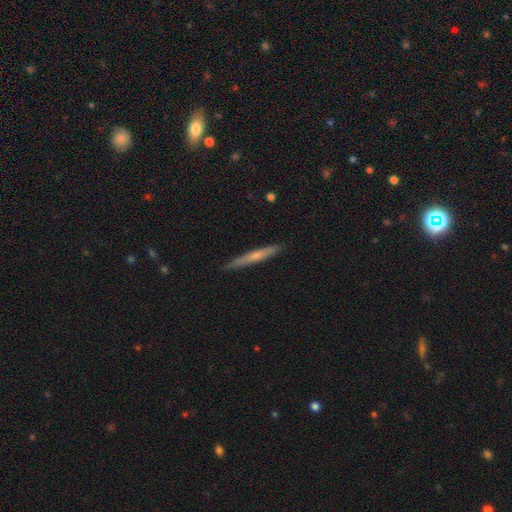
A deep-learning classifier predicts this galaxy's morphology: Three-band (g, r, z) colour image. It shows a smooth galaxy with no disk features (53%) that is cigar-shaped (96%). Merging: none (89%).